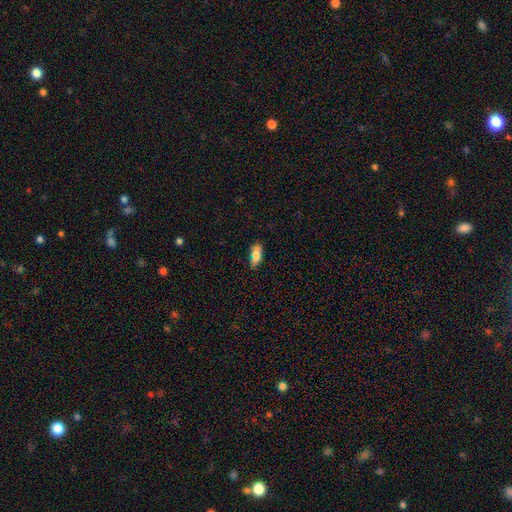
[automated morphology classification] This appears to be a smooth galaxy with no disk features (79%) that is in between round and cigar-shaped (76%). Merging: none (81%).